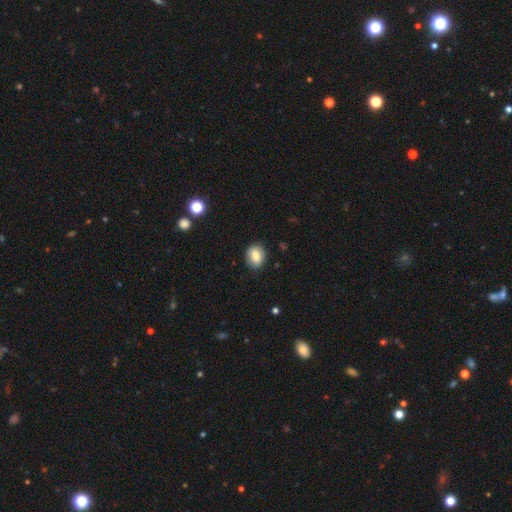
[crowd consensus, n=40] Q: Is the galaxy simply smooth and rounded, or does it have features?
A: smooth — 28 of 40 (70%).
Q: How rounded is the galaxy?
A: round — 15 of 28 (54%).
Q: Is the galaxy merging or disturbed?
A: none — 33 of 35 (94%).